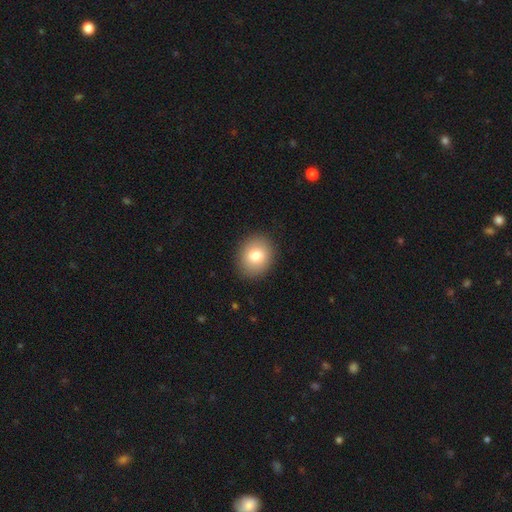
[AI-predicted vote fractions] smooth_or_featured: smooth (p=0.80) [alt: featured or disk p=0.11]
how_rounded: round (p=0.63) [alt: in between p=0.36]
merging: none (p=0.90) [alt: minor disturbance p=0.07]